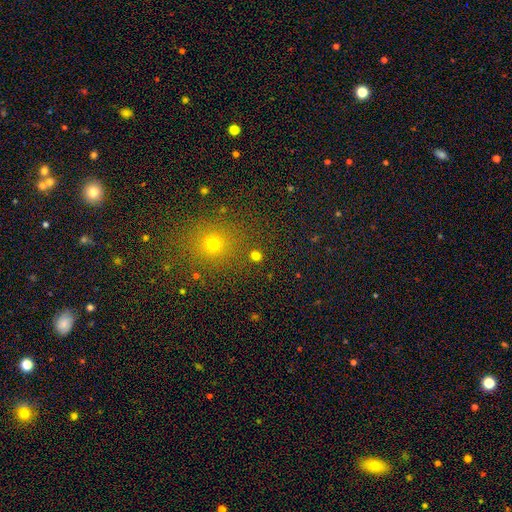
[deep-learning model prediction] Smooth or featured: smooth — 73% (star or artifact — 22%)
How rounded: round — 89% (in between — 10%)
Merging: none — 83% (merger — 7%)